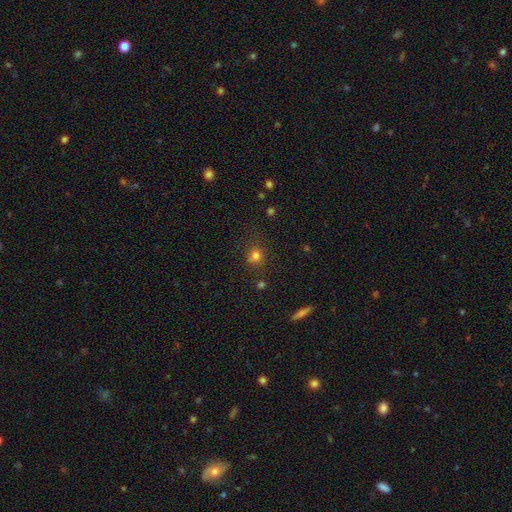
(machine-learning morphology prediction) The model was most divided on "how rounded": round: 77%, in between: 22%, cigar-shaped: 1%. More confident: smooth or featured — smooth (76%); merging — none (72%).